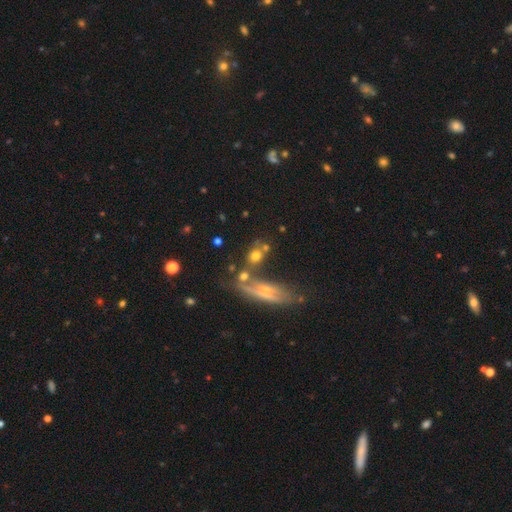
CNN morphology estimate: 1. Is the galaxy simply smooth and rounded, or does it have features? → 63% smooth, 23% featured or disk, 14% star or artifact.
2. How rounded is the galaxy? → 59% round, 30% in between, 11% cigar-shaped.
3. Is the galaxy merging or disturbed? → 58% none, 22% merger, 13% minor disturbance, 7% major disturbance.